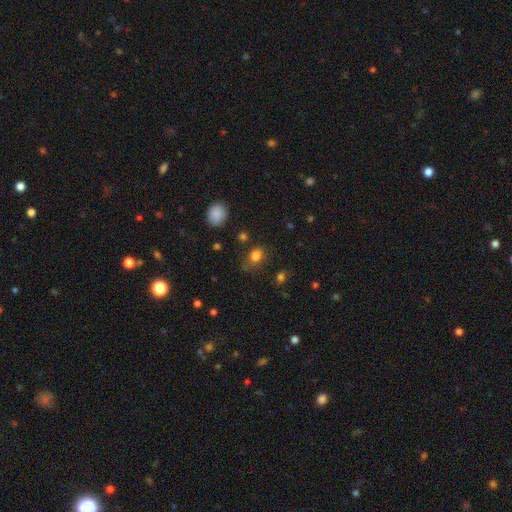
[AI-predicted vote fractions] This appears to be a smooth galaxy with no disk features (82%) that is in between round and cigar-shaped (68%). Merging: none (59%).